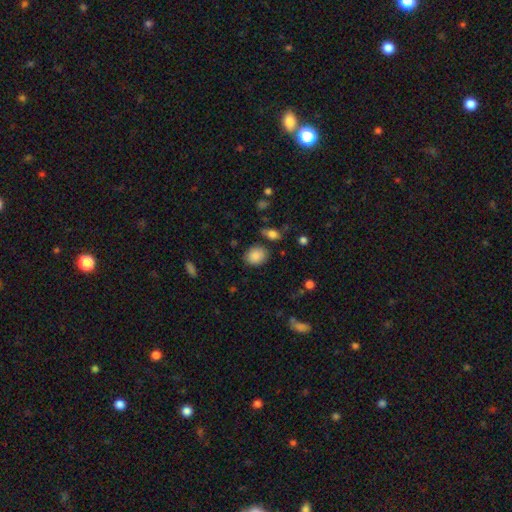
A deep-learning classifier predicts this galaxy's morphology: The model was most divided on "how rounded": round: 62%, in between: 37%, cigar-shaped: 1%. More confident: smooth or featured — smooth (87%); merging — none (79%).